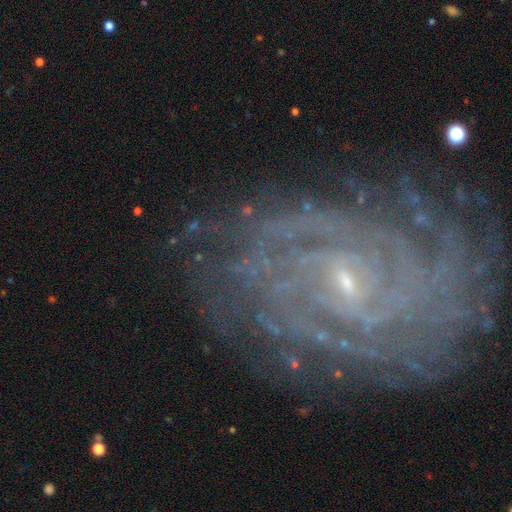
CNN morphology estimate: This is clearly a featured or disk galaxy (90%). It is clearly not viewed edge-on (97%). Bar: possibly weak (49%). Spiral arm pattern: clearly yes (97%). Spiral arm count: marginally can't tell (28%). Spiral winding: likely tight (77%). Central bulge: clearly small (84%). Merging: likely none (78%).